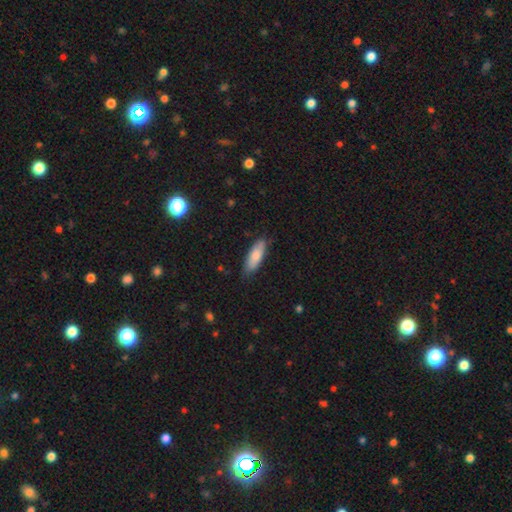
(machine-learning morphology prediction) Smooth or featured?
  - smooth: 78% *
  - featured or disk: 16%
  - star or artifact: 6%
How rounded?
  - in between: 58% *
  - cigar-shaped: 41%
  - round: 2%
Merging?
  - none: 80% *
  - minor disturbance: 16%
  - major disturbance: 3%
  - merger: 1%